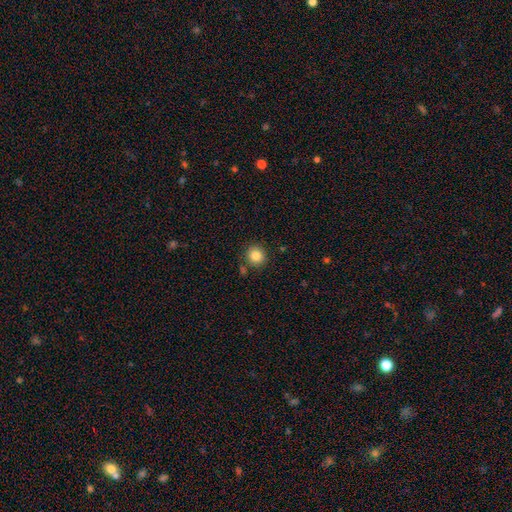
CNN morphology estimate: type=smooth (85%); roundness=round (91%); merging=none (84%).